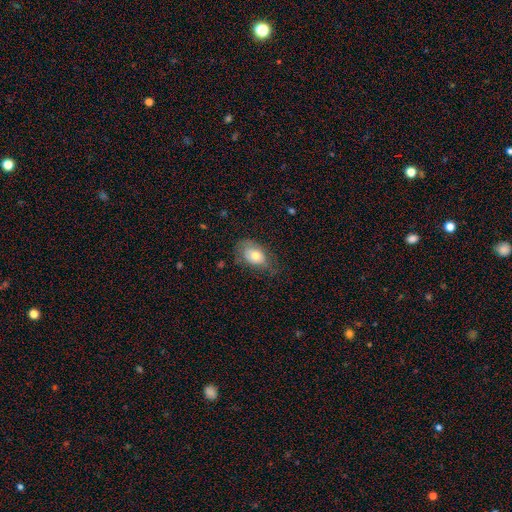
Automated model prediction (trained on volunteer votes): A smooth galaxy with no disk features (65%) that is in between round and cigar-shaped (85%).

Vote fractions:
- Smooth or featured? smooth: 65% / featured or disk: 27% / star or artifact: 8%
- How rounded? in between: 85% / round: 13% / cigar-shaped: 1%
- Merging? none: 58% / minor disturbance: 27% / major disturbance: 13% / merger: 1%